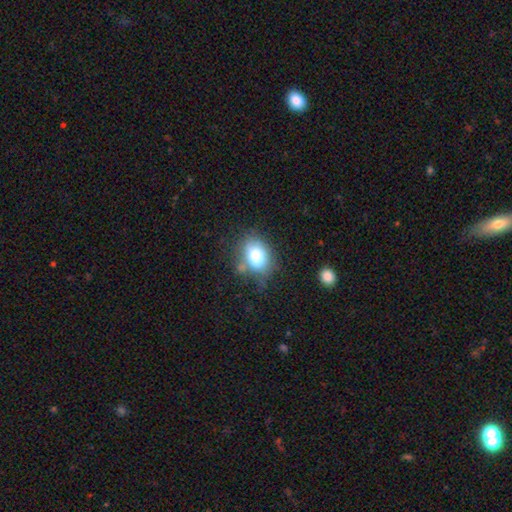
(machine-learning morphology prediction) Smooth or featured? Predicted: smooth (p=0.74). How rounded? Predicted: in between (p=0.69). Merging? Predicted: none (p=0.58).